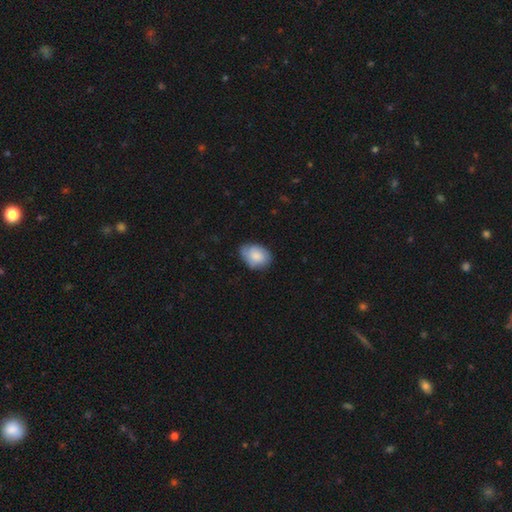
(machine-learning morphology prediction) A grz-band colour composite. It shows a smooth galaxy with no disk features (75%) that is in between round and cigar-shaped (76%). Merging: none (64%).